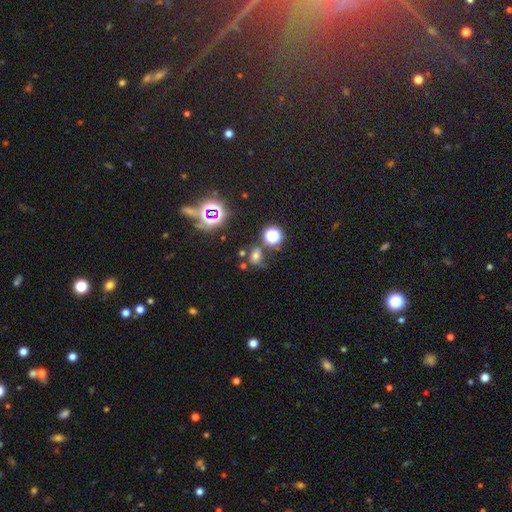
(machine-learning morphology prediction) smooth_or_featured: smooth (p=0.53) [alt: star or artifact p=0.35]
how_rounded: in between (p=0.57) [alt: round p=0.41]
merging: none (p=0.62) [alt: minor disturbance p=0.17]